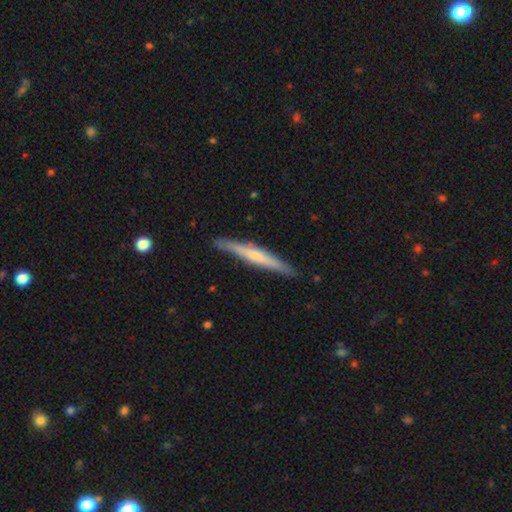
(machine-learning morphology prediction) Q: Smooth or featured?
A: featured or disk (54%); runner-up: smooth (41%)
Q: Edge-on disk?
A: yes (96%); runner-up: no (4%)
Q: Edge-on bulge?
A: rounded (44%); runner-up: none (42%)
Q: Merging?
A: none (88%); runner-up: minor disturbance (9%)